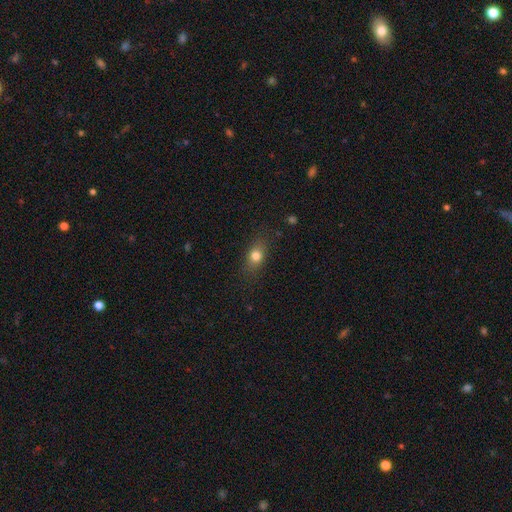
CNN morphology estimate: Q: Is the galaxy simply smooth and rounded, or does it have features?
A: smooth — 77%.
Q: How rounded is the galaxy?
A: in between — 67%.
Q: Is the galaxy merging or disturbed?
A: none — 81%.